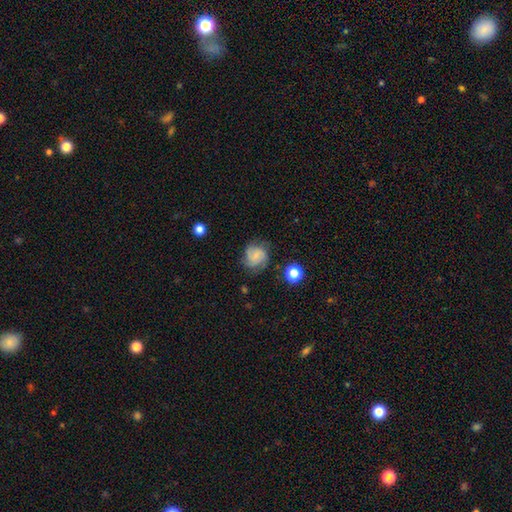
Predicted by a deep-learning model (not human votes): Smooth or featured? Predicted: featured or disk (p=0.53). Edge-on disk? Predicted: no (p=0.98). Bar? Predicted: no (p=0.67). Spiral arms? Predicted: yes (p=0.91). Bulge size? Predicted: small (p=0.56). Merging? Predicted: none (p=0.69).